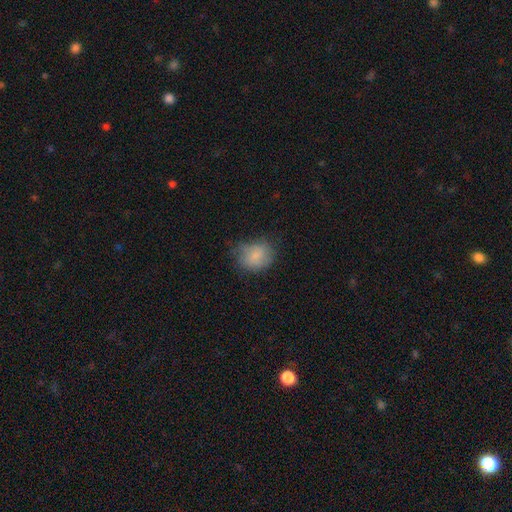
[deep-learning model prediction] Q: Smooth or featured?
A: smooth (78%); runner-up: featured or disk (13%)
Q: How rounded?
A: round (55%); runner-up: in between (44%)
Q: Merging?
A: none (57%); runner-up: minor disturbance (30%)